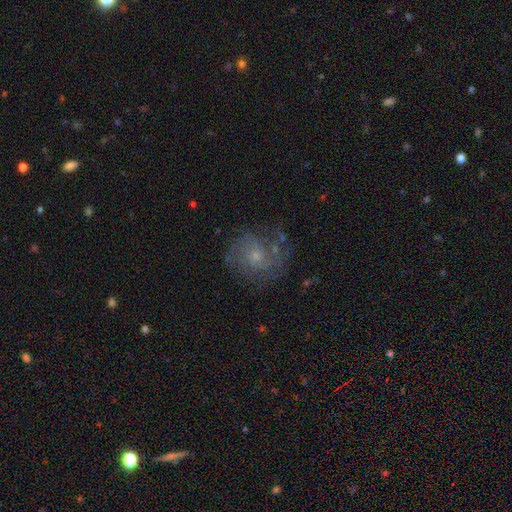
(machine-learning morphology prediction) Smooth or featured?
  - featured or disk: 67% *
  - smooth: 21%
  - star or artifact: 12%
Edge-on disk?
  - no: 98% *
  - yes: 2%
Bar?
  - no: 76% *
  - weak: 21%
  - strong: 3%
Spiral arms?
  - yes: 85% *
  - no: 15%
Spiral winding?
  - medium: 43% *
  - tight: 40%
  - loose: 18%
Spiral arm count?
  - 2: 37% *
  - can't tell: 33%
  - 3: 14%
  - 1: 6%
  - 4: 5%
  - more than 4: 4%
Bulge size?
  - small: 63% *
  - moderate: 29%
  - none: 5%
  - large: 2%
  - dominant: 1%
Merging?
  - none: 66% *
  - minor disturbance: 18%
  - major disturbance: 13%
  - merger: 3%